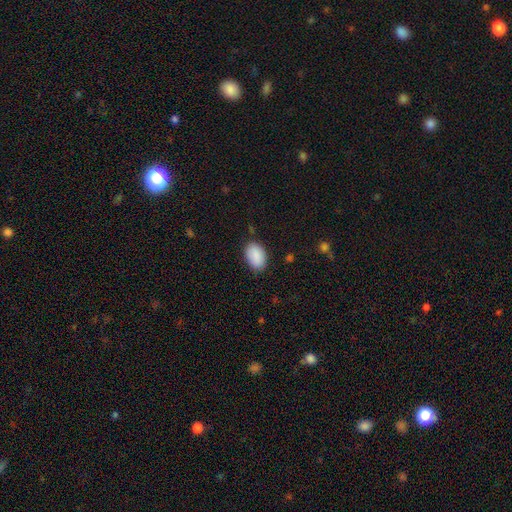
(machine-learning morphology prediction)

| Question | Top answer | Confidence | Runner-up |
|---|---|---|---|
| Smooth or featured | smooth | 90% | star or artifact (6%) |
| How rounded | in between | 91% | round (7%) |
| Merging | none | 83% | minor disturbance (13%) |